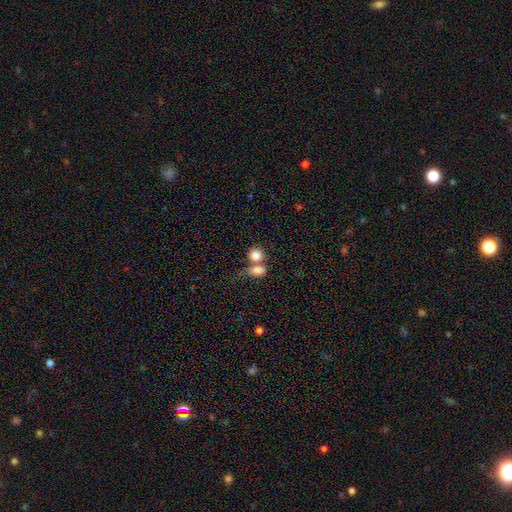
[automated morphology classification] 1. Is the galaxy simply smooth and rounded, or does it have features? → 82% smooth, 9% star or artifact, 9% featured or disk.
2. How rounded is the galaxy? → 74% round, 24% in between, 2% cigar-shaped.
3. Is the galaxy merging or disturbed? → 50% merger, 37% none, 8% minor disturbance, 5% major disturbance.